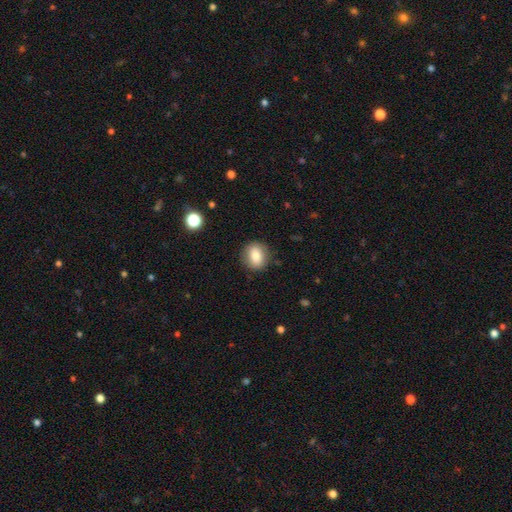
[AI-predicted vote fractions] This appears to be a smooth galaxy with no disk features (79%) that is round (70%). Merging: none (86%).